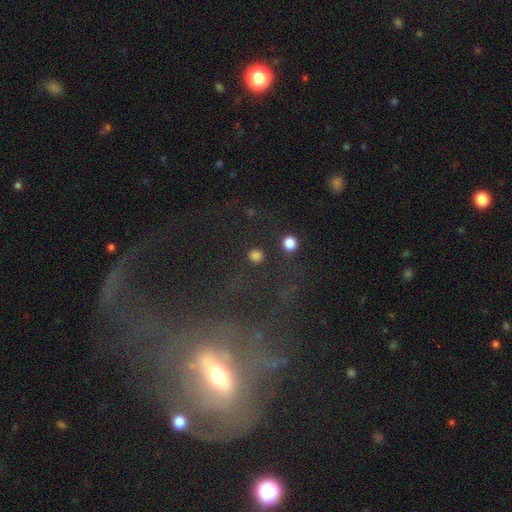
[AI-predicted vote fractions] Smooth or featured?
  - smooth: 81% *
  - star or artifact: 16%
  - featured or disk: 4%
How rounded?
  - round: 91% *
  - in between: 8%
  - cigar-shaped: 1%
Merging?
  - none: 88% *
  - minor disturbance: 6%
  - merger: 4%
  - major disturbance: 3%